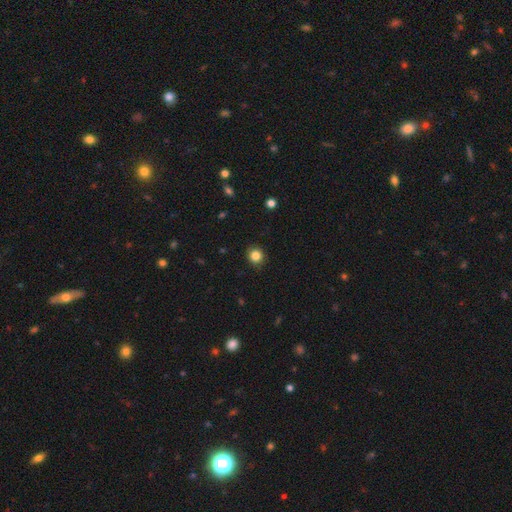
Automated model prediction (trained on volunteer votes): Smooth or featured? smooth (84%)
How rounded? round (89%)
Merging? none (90%)